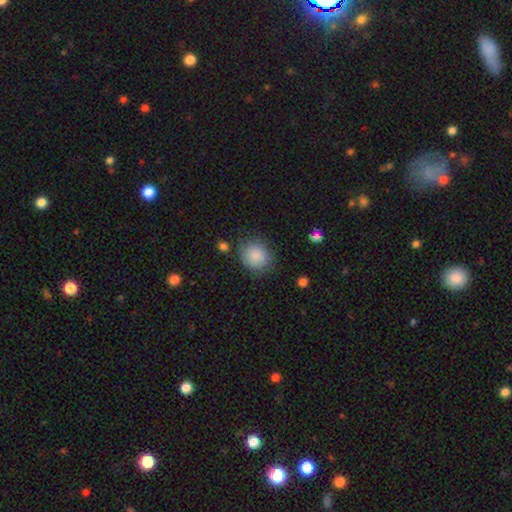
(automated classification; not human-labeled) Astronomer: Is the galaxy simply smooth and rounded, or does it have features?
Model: smooth — 87%.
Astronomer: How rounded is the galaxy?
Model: round — 77%.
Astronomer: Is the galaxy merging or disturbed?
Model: none — 78%.